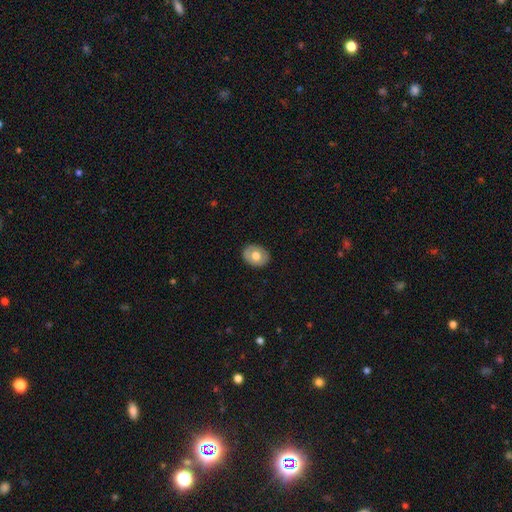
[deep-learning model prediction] smooth_or_featured: smooth (p=0.62) [alt: featured or disk p=0.32]
how_rounded: in between (p=0.54) [alt: round p=0.45]
merging: none (p=0.87) [alt: minor disturbance p=0.10]